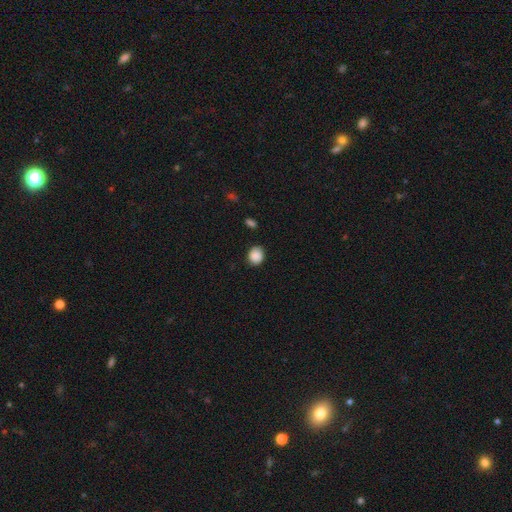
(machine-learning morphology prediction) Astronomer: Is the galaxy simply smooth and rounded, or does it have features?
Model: smooth — 88%.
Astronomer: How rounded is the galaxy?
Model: round — 69%.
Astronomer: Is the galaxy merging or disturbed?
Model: none — 83%.